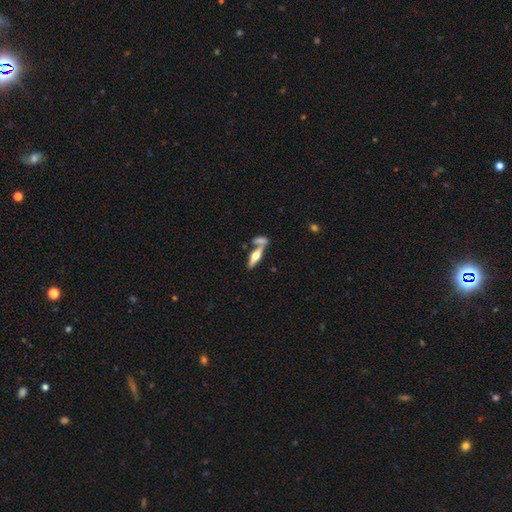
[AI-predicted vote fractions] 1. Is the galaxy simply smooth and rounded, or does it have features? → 54% featured or disk, 39% smooth, 6% star or artifact.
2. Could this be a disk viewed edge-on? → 92% yes, 8% no.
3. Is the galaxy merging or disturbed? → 56% none, 31% merger, 9% minor disturbance, 3% major disturbance.